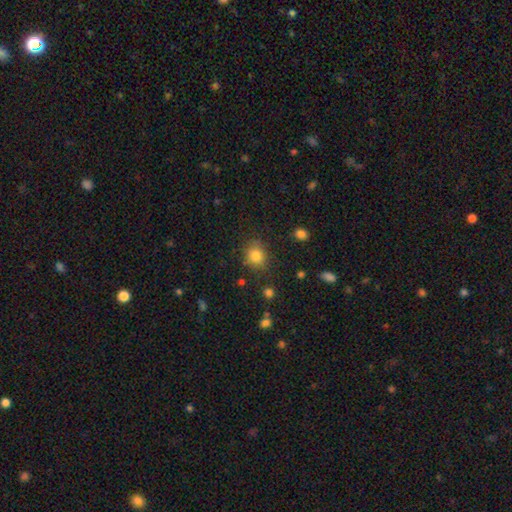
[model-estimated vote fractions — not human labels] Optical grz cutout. It shows a smooth galaxy with no disk features (82%) that is round (70%). Merging: none (78%).